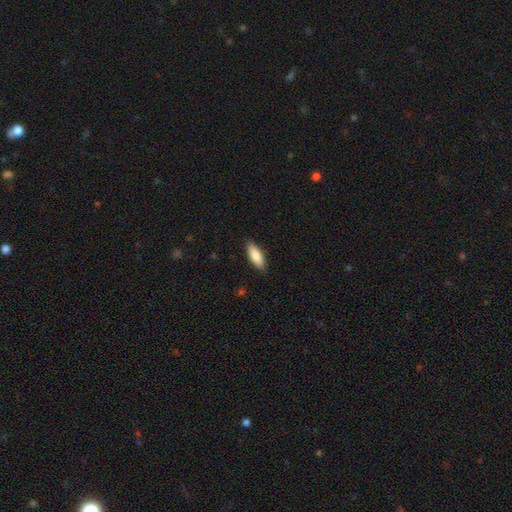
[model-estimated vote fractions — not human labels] This appears to be a smooth galaxy with no disk features (85%) that is in between round and cigar-shaped (66%). Merging: none (88%).